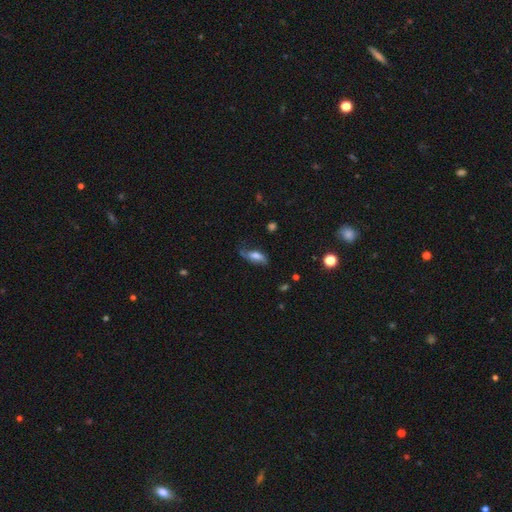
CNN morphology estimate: Smooth or featured? Predicted: smooth (p=0.55). How rounded? Predicted: in between (p=0.72). Merging? Predicted: none (p=0.48).